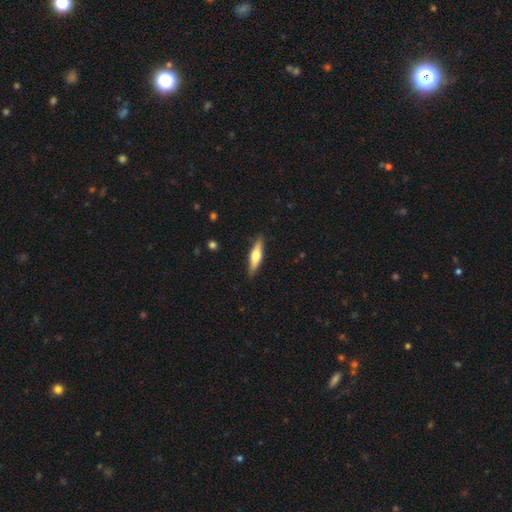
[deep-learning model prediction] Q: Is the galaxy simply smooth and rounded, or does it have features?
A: smooth — 53%.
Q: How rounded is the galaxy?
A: cigar-shaped — 71%.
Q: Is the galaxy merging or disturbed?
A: none — 88%.